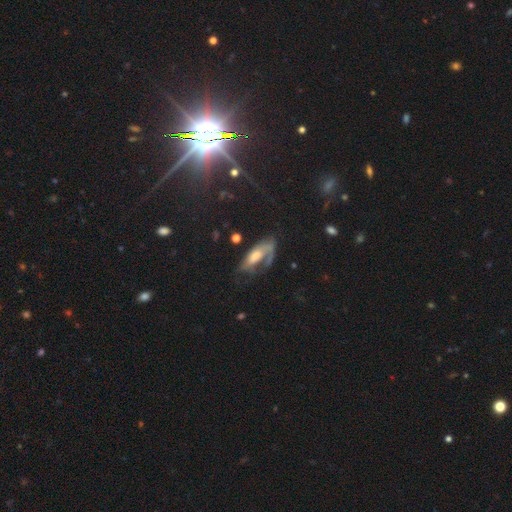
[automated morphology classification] Smooth or featured: featured or disk — 51% (smooth — 34%)
Edge-on disk: no — 81% (yes — 19%)
Merging: none — 39% (major disturbance — 31%)